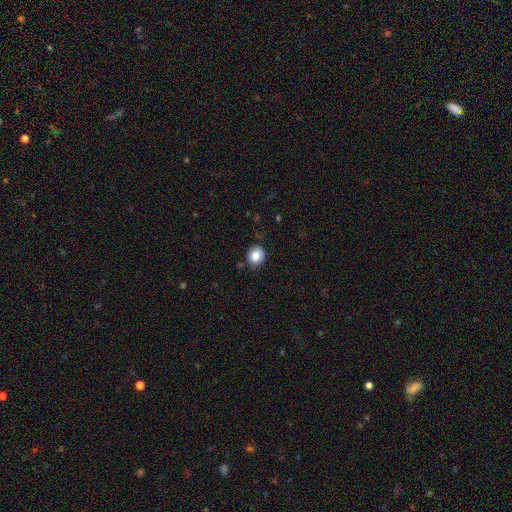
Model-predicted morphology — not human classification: The model was most divided on "how rounded": round: 79%, in between: 21%, cigar-shaped: 1%. More confident: smooth or featured — smooth (81%); merging — none (80%).